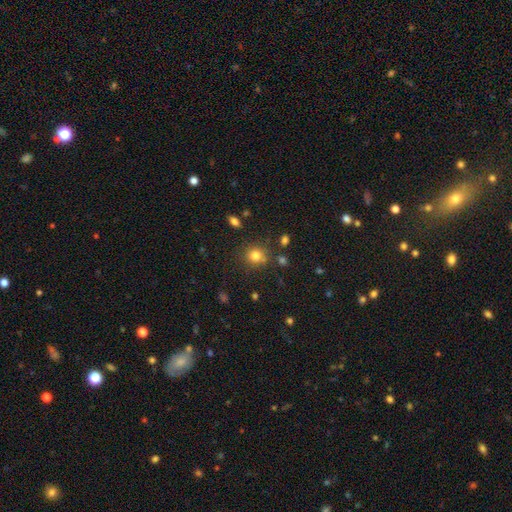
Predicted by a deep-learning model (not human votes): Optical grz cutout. It shows a smooth galaxy with no disk features (80%) that is round (86%). Merging: none (79%).